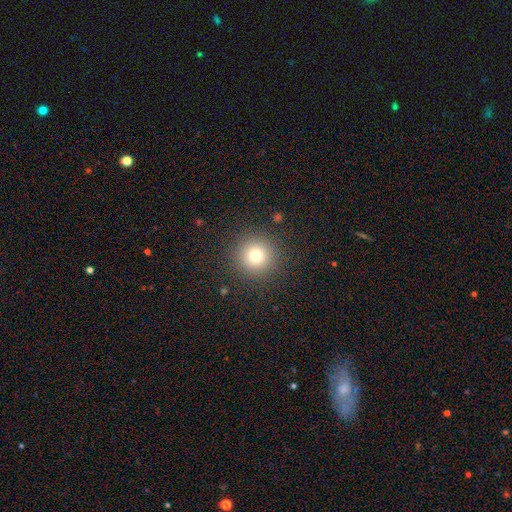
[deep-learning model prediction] This is likely a smooth galaxy (76%). How rounded: clearly round (96%). Merging: clearly none (90%).